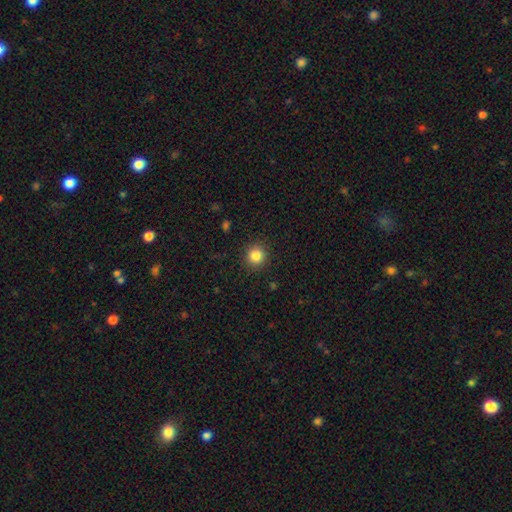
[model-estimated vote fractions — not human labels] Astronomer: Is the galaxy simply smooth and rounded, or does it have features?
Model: smooth — 85%.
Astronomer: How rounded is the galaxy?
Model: round — 93%.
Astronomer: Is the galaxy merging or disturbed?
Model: none — 90%.